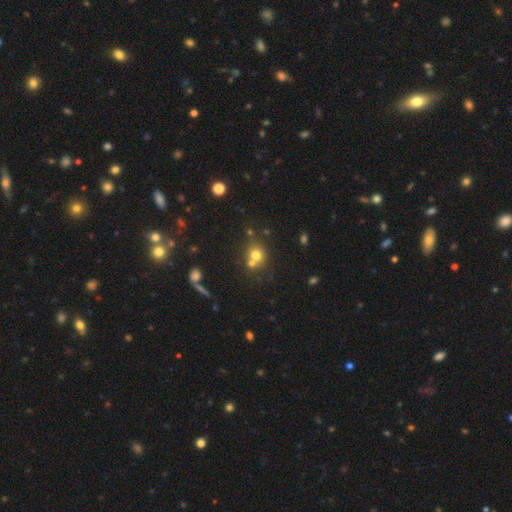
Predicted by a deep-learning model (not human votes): Smooth or featured? Predicted: smooth (p=0.71). How rounded? Predicted: round (p=0.78). Merging? Predicted: none (p=0.47).